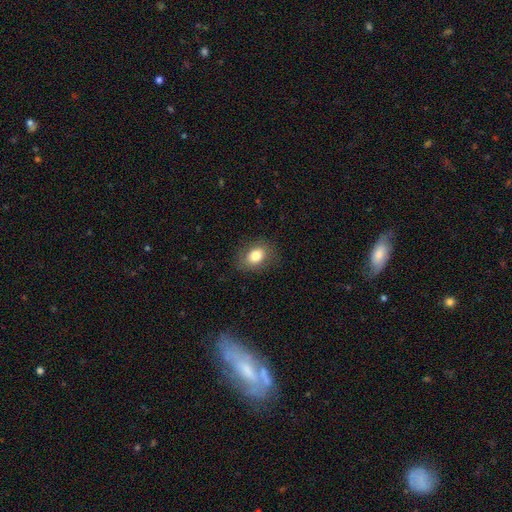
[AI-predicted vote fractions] smooth-or-featured: smooth: 79% | featured or disk: 12% | star or artifact: 9%
  how-rounded: in between: 66% | round: 33% | cigar-shaped: 1%
  merging: none: 81% | minor disturbance: 14% | major disturbance: 5% | merger: 1%